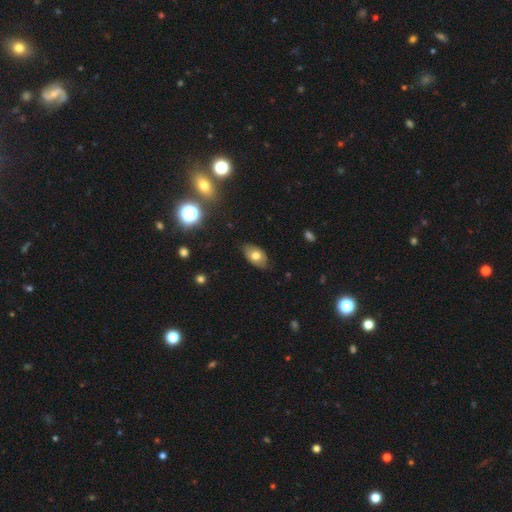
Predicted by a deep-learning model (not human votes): A smooth galaxy with no disk features (70%) that is in between round and cigar-shaped (90%).

Vote fractions:
- Smooth or featured? smooth: 70% / featured or disk: 21% / star or artifact: 9%
- How rounded? in between: 90% / round: 8% / cigar-shaped: 2%
- Merging? none: 79% / minor disturbance: 17% / major disturbance: 3% / merger: 1%